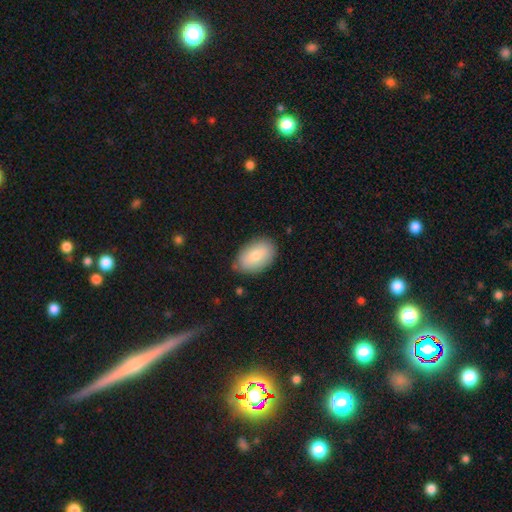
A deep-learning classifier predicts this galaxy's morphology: Smooth or featured: smooth — 78% (featured or disk — 16%)
How rounded: in between — 90% (round — 8%)
Merging: none — 82% (minor disturbance — 14%)